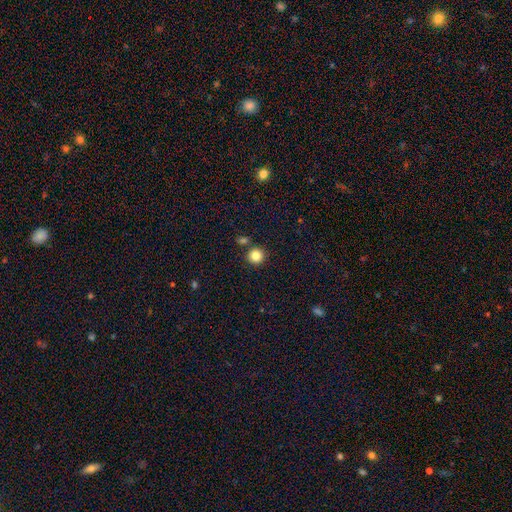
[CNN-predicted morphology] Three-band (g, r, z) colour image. It shows a smooth galaxy with no disk features (84%) that is round (93%). Merging: none (83%).